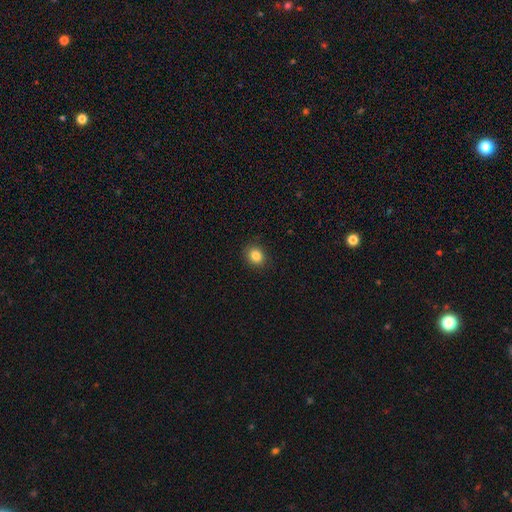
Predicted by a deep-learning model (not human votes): Smooth or featured? Predicted: smooth (p=0.84). How rounded? Predicted: round (p=0.70). Merging? Predicted: none (p=0.89).